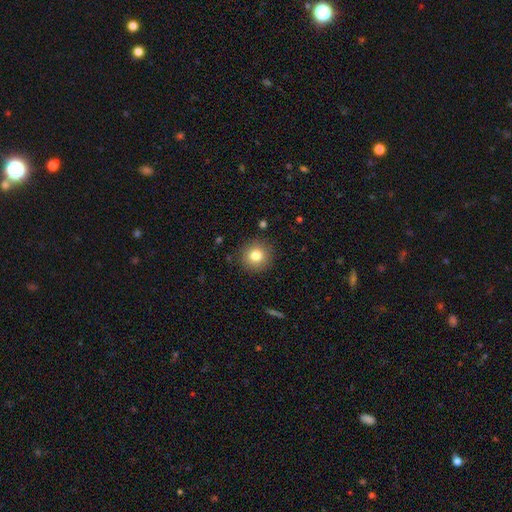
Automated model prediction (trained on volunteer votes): A smooth galaxy with no disk features (80%) that is round (93%).

Vote fractions:
- Smooth or featured? smooth: 80% / star or artifact: 11% / featured or disk: 9%
- How rounded? round: 93% / in between: 6% / cigar-shaped: 1%
- Merging? none: 89% / minor disturbance: 7% / major disturbance: 2% / merger: 1%